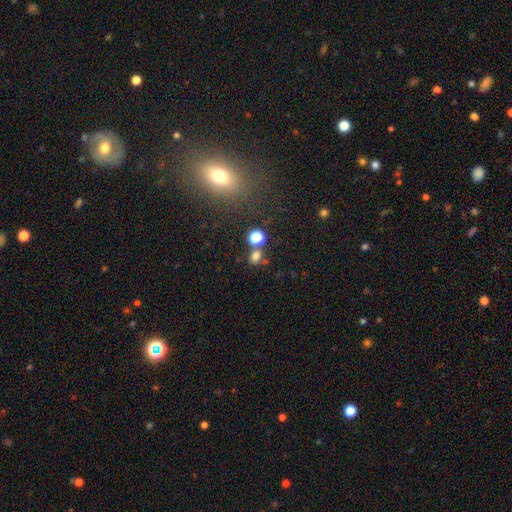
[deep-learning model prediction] smooth-or-featured: smooth: 72% | star or artifact: 20% | featured or disk: 7%
  how-rounded: round: 61% | in between: 37% | cigar-shaped: 1%
  merging: none: 65% | merger: 21% | minor disturbance: 10% | major disturbance: 4%